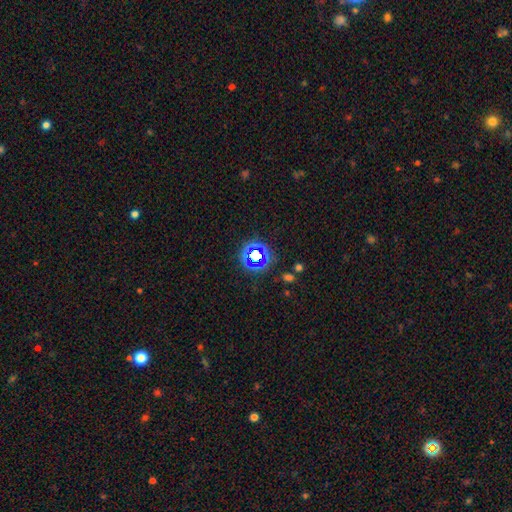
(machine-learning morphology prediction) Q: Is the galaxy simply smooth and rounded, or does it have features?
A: star or artifact — 65%.